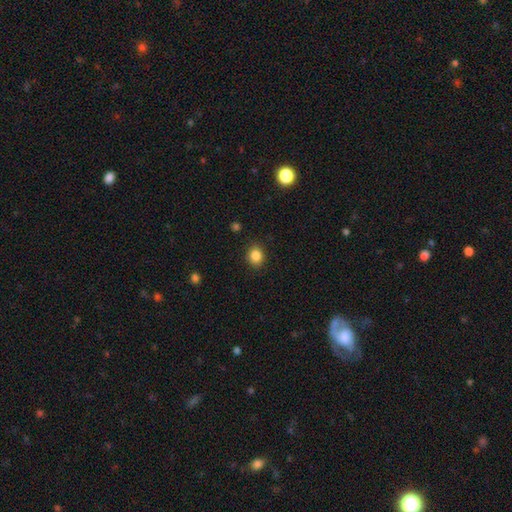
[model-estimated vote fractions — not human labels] smooth-or-featured: smooth: 85% | star or artifact: 11% | featured or disk: 4%
  how-rounded: round: 66% | in between: 33% | cigar-shaped: 1%
  merging: none: 89% | minor disturbance: 8% | major disturbance: 2% | merger: 1%